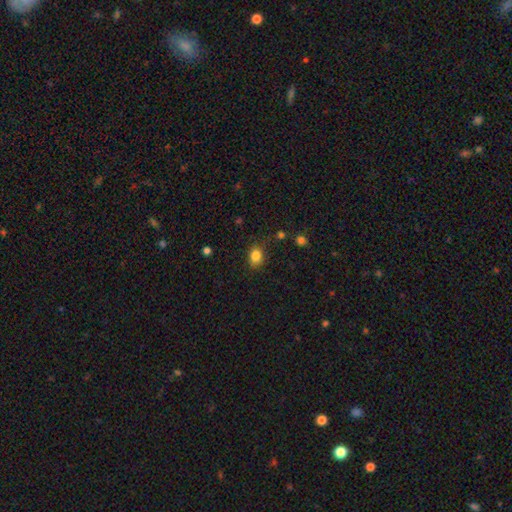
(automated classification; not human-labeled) Q: Smooth or featured?
A: smooth (84%); runner-up: star or artifact (11%)
Q: How rounded?
A: in between (50%); runner-up: round (49%)
Q: Merging?
A: none (80%); runner-up: minor disturbance (15%)